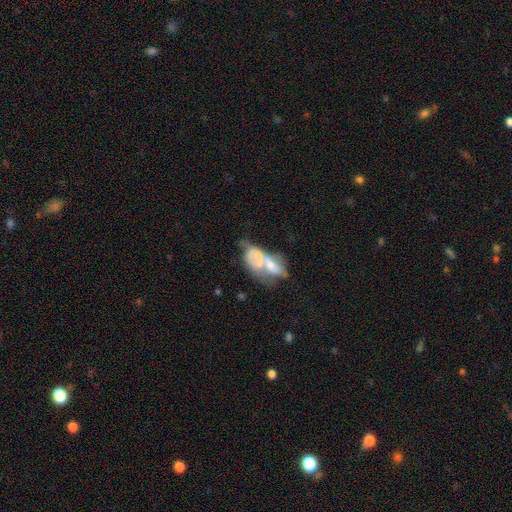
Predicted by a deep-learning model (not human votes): This appears to be a featured or disk galaxy (46%). Merging: merger (73%).